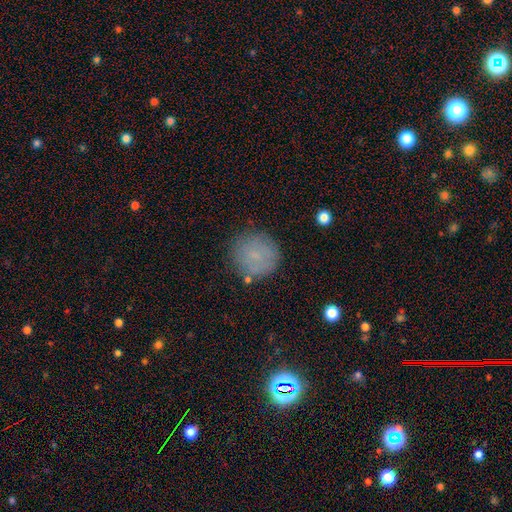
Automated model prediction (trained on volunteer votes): smooth-or-featured: smooth: 76% | featured or disk: 15% | star or artifact: 9%
  how-rounded: round: 93% | in between: 6% | cigar-shaped: 1%
  merging: none: 82% | minor disturbance: 12% | major disturbance: 4% | merger: 3%